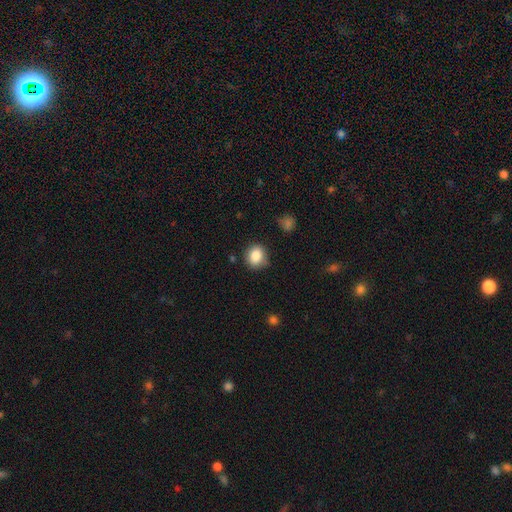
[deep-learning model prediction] smooth_or_featured: smooth (p=0.86) [alt: star or artifact p=0.09]
how_rounded: round (p=0.72) [alt: in between p=0.27]
merging: none (p=0.79) [alt: minor disturbance p=0.15]